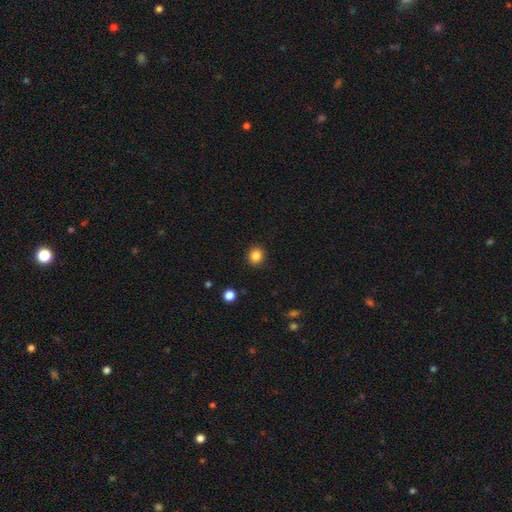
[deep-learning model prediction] smooth 85%, star or artifact 11%, featured or disk 4%. Down the decision tree: how rounded — round (82%); merging — none (90%).